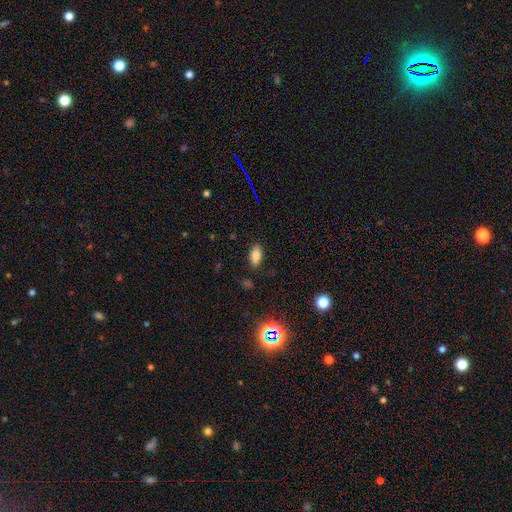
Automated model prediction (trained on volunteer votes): smooth 82%, star or artifact 12%, featured or disk 6%. Down the decision tree: how rounded — in between (90%); merging — none (84%).